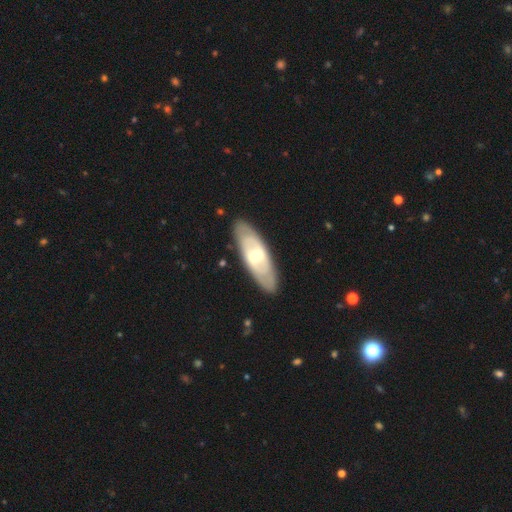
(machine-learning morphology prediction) Smooth or featured: featured or disk — 61% (smooth — 34%)
Edge-on disk: no — 78% (yes — 22%)
Merging: none — 86% (minor disturbance — 10%)